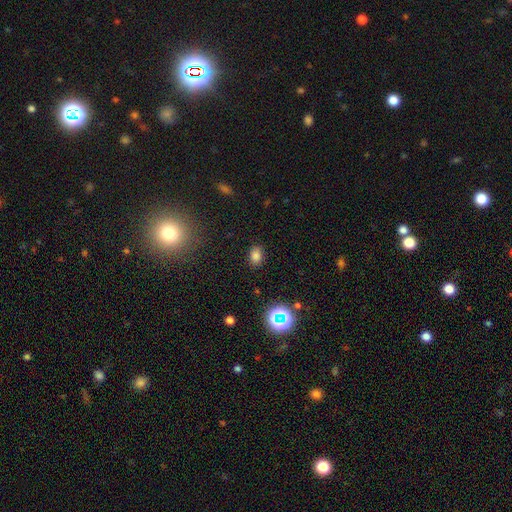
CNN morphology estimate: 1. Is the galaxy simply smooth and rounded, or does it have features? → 77% smooth, 17% star or artifact, 5% featured or disk.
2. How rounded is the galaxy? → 72% in between, 27% round, 1% cigar-shaped.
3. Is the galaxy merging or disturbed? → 87% none, 9% minor disturbance, 3% major disturbance, 1% merger.